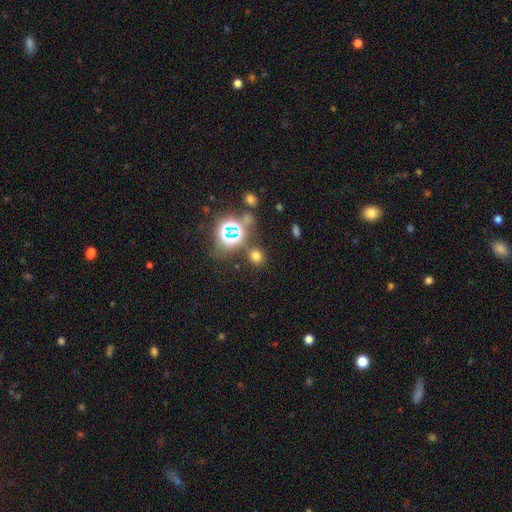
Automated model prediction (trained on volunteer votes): smooth-or-featured: smooth: 62% | star or artifact: 31% | featured or disk: 7%
  how-rounded: round: 80% | in between: 19% | cigar-shaped: 1%
  merging: none: 80% | minor disturbance: 9% | merger: 6% | major disturbance: 4%